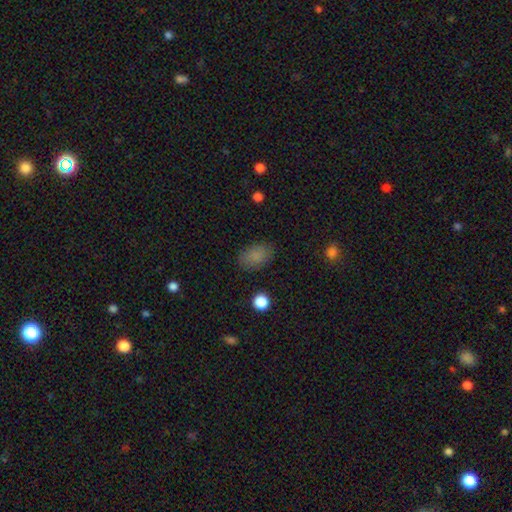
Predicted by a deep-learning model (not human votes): Smooth or featured: smooth — 84% (star or artifact — 11%)
How rounded: in between — 87% (round — 11%)
Merging: none — 84% (minor disturbance — 11%)